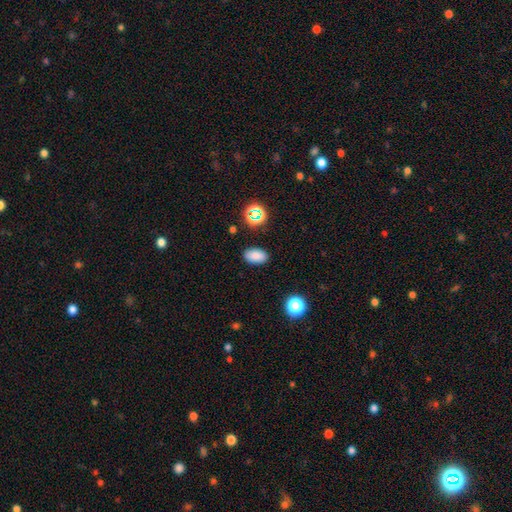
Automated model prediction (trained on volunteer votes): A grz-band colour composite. It shows a smooth galaxy with no disk features (83%) that is in between round and cigar-shaped (91%). Merging: none (88%).